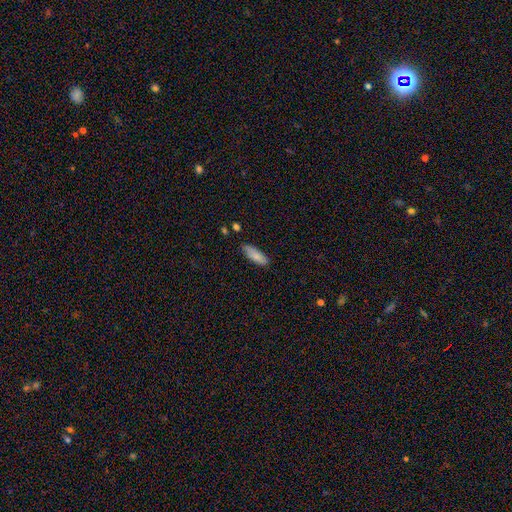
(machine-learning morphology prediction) Q: Smooth or featured?
A: smooth (80%); runner-up: featured or disk (14%)
Q: How rounded?
A: in between (63%); runner-up: cigar-shaped (36%)
Q: Merging?
A: none (81%); runner-up: minor disturbance (15%)